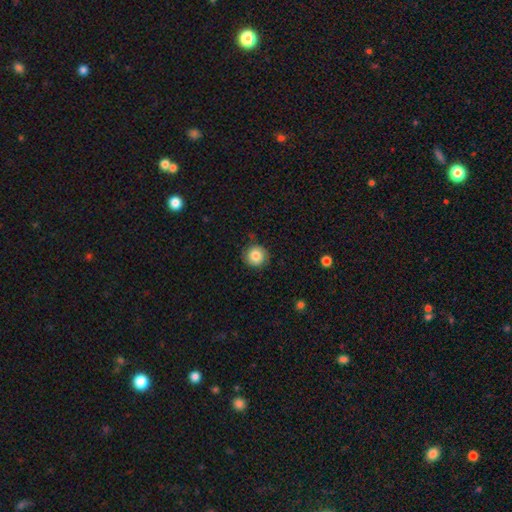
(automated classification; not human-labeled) A smooth galaxy with no disk features (79%) that is round (92%). Merging: none (81%).